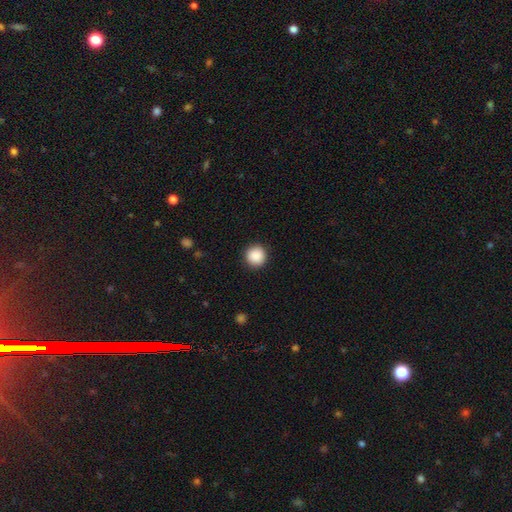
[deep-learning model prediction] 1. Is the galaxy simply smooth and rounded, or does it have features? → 89% smooth, 8% star or artifact, 2% featured or disk.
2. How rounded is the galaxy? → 95% round, 4% in between, 1% cigar-shaped.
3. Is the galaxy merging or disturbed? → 91% none, 6% minor disturbance, 2% major disturbance, 1% merger.